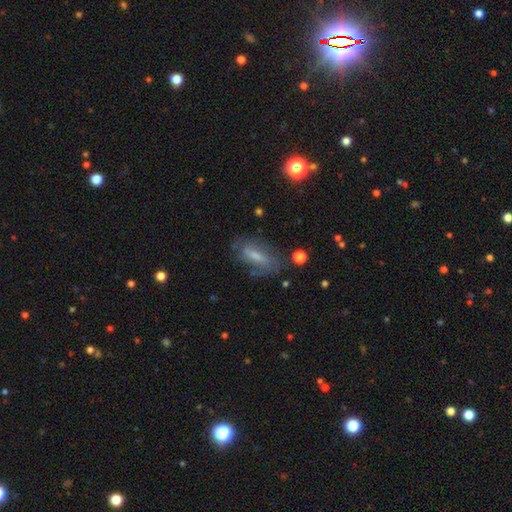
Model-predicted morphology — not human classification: Smooth or featured?
  - featured or disk: 46% *
  - smooth: 44%
  - star or artifact: 10%
Merging?
  - none: 65% *
  - minor disturbance: 21%
  - major disturbance: 11%
  - merger: 3%